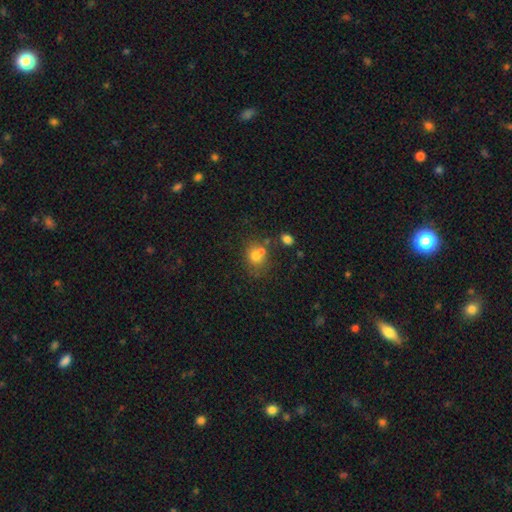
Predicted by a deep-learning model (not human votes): Morphology: type=smooth (70%); roundness=round (67%); merging=none (43%).